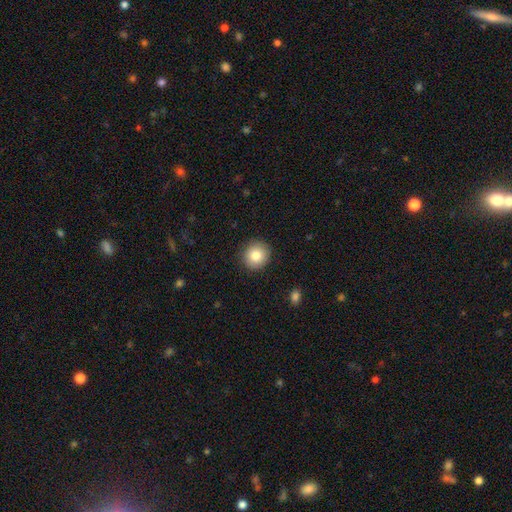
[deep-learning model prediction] A smooth galaxy with no disk features (82%) that is round (90%). Merging: none (90%).